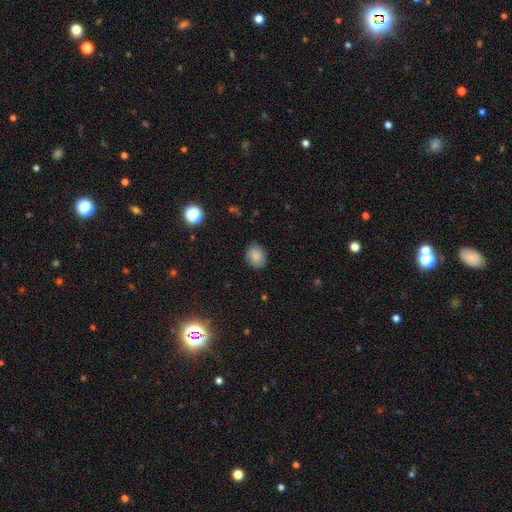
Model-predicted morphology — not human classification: The model was most divided on "how rounded": round: 54%, in between: 45%, cigar-shaped: 1%. More confident: smooth or featured — smooth (83%); merging — none (80%).